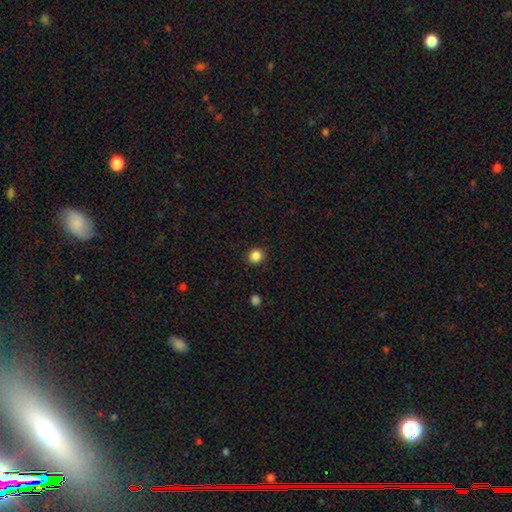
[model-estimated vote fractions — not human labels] The model was most divided on "smooth or featured": smooth: 86%, star or artifact: 11%, featured or disk: 3%. More confident: merging — none (92%); how rounded — round (90%).